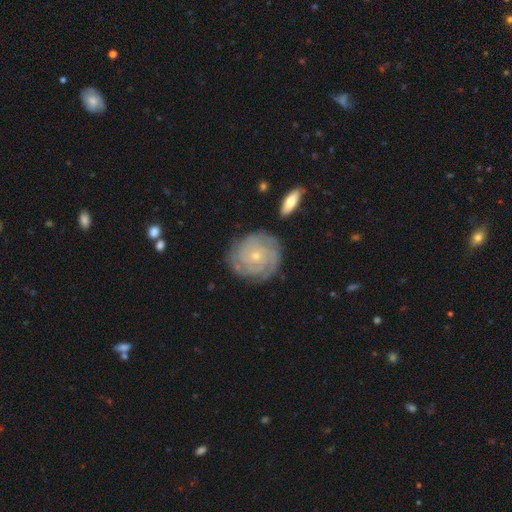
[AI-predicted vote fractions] Smooth or featured: featured or disk — 78% (smooth — 15%)
Edge-on disk: no — 97% (yes — 3%)
Bar: no — 82% (weak — 15%)
Spiral arms: yes — 93% (no — 7%)
Spiral winding: tight — 78% (medium — 17%)
Spiral arm count: can't tell — 34% (4 — 20%)
Bulge size: small — 82% (moderate — 15%)
Merging: none — 81% (minor disturbance — 13%)